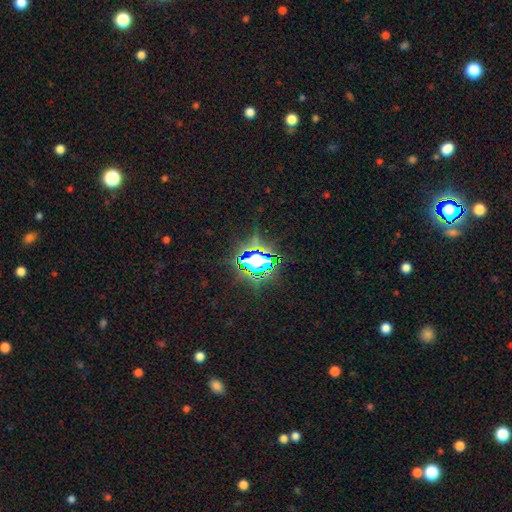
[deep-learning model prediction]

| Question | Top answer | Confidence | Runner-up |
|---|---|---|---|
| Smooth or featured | star or artifact | 76% | smooth (15%) |